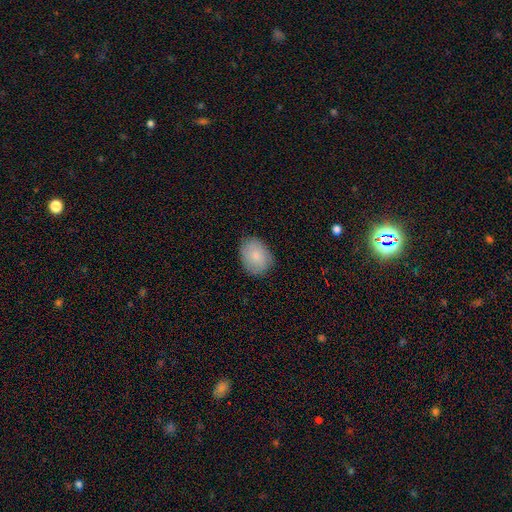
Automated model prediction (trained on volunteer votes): Smooth or featured? smooth (81%)
How rounded? in between (66%)
Merging? none (81%)